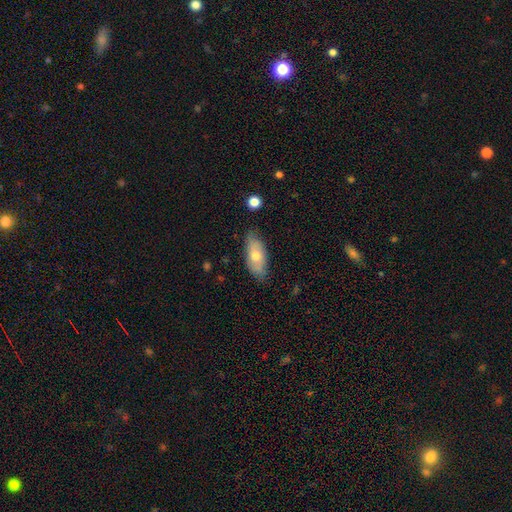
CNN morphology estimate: Smooth or featured?
  - smooth: 64% *
  - featured or disk: 30%
  - star or artifact: 7%
How rounded?
  - in between: 81% *
  - cigar-shaped: 16%
  - round: 3%
Merging?
  - none: 79% *
  - minor disturbance: 16%
  - major disturbance: 3%
  - merger: 1%